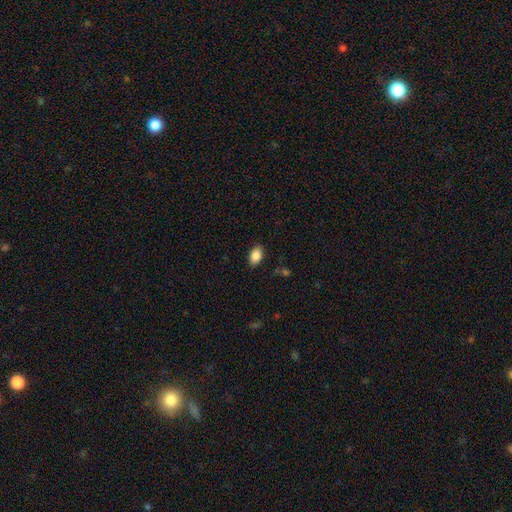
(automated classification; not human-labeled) smooth_or_featured: smooth (p=0.87) [alt: star or artifact p=0.08]
how_rounded: in between (p=0.89) [alt: round p=0.09]
merging: none (p=0.86) [alt: minor disturbance p=0.10]